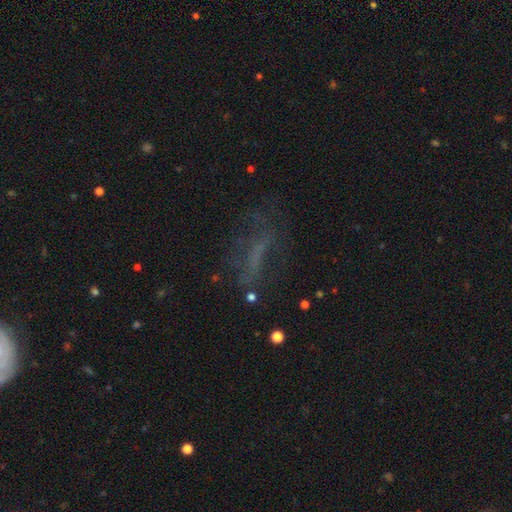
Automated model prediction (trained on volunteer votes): Overall: featured or disk (36%; smooth 34%). Merging: none (54%; major disturbance 22%).